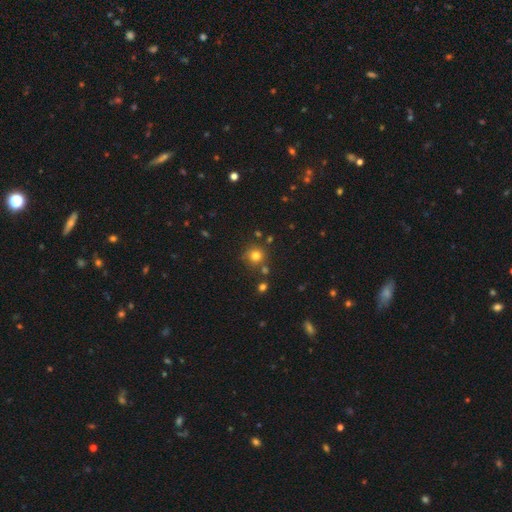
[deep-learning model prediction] smooth 78%, star or artifact 15%, featured or disk 7%. Down the decision tree: how rounded — round (93%); merging — none (79%).